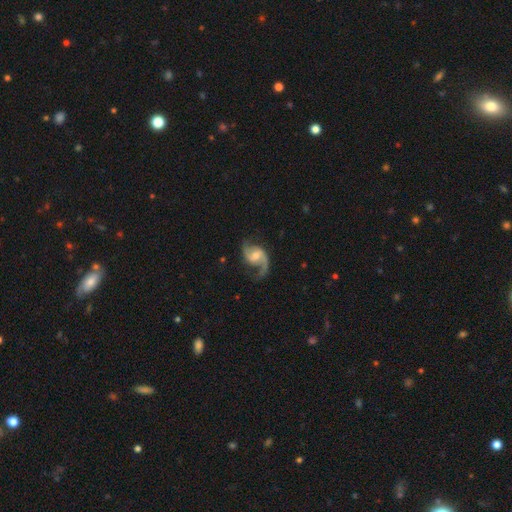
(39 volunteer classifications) Smooth or featured?
  - featured or disk: 90% *
  - star or artifact: 8%
  - smooth: 3%
Edge-on disk?
  - no: 97% *
  - yes: 3%
Bar?
  - weak: 47% *
  - strong: 29%
  - no: 24%
Spiral arms?
  - yes: 97% *
  - no: 3%
Spiral winding?
  - loose: 52% *
  - medium: 36%
  - tight: 12%
Spiral arm count?
  - 2: 97% *
  - 1: 3%
  - 3: 0%
  - 4: 0%
  - more than 4: 0%
  - can't tell: 0%
Bulge size?
  - moderate: 79% *
  - small: 15%
  - dominant: 3%
  - large: 3%
  - none: 0%
Merging?
  - none: 64% *
  - minor disturbance: 22%
  - major disturbance: 14%
  - merger: 0%